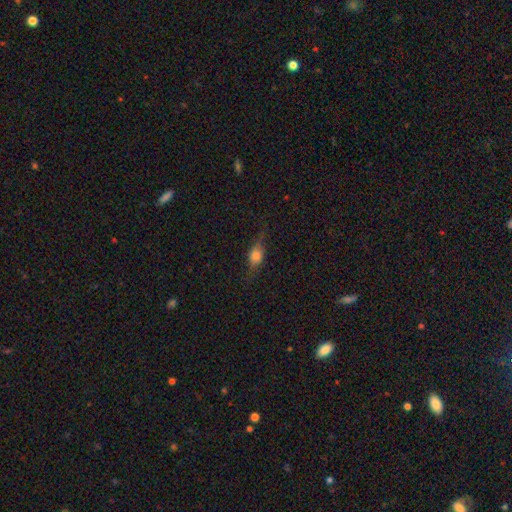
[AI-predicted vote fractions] Overall: smooth (50%; featured or disk 38%). How rounded: in between (62%). Merging: none (73%).